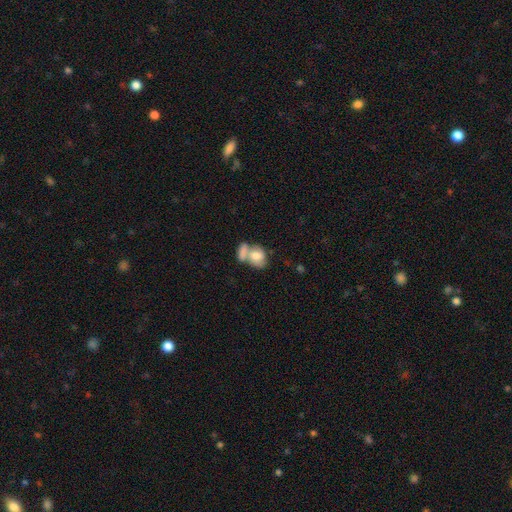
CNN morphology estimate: Smooth or featured?
  - smooth: 71% *
  - featured or disk: 22%
  - star or artifact: 7%
How rounded?
  - in between: 68% *
  - round: 30%
  - cigar-shaped: 2%
Merging?
  - merger: 61% *
  - none: 21%
  - minor disturbance: 10%
  - major disturbance: 8%